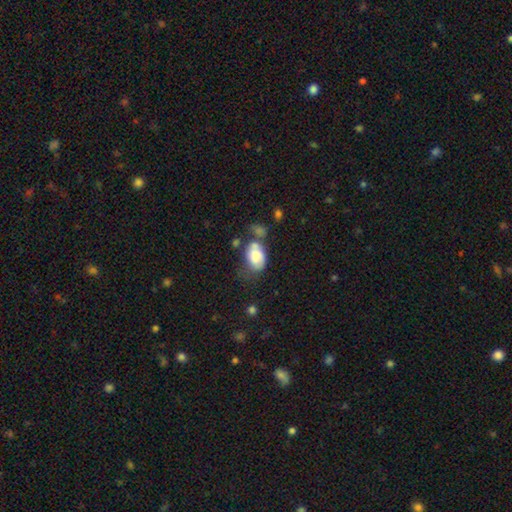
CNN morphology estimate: Smooth or featured?
  - smooth: 72% *
  - featured or disk: 21%
  - star or artifact: 8%
How rounded?
  - in between: 84% *
  - round: 15%
  - cigar-shaped: 1%
Merging?
  - none: 30% *
  - minor disturbance: 27%
  - merger: 25%
  - major disturbance: 18%